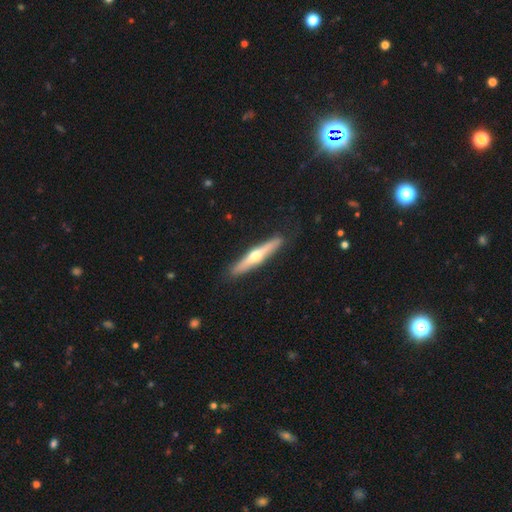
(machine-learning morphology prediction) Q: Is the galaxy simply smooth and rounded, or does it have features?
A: featured or disk — 61%.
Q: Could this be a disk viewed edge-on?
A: yes — 96%.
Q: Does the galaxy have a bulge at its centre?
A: rounded — 92%.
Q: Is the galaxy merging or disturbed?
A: none — 90%.